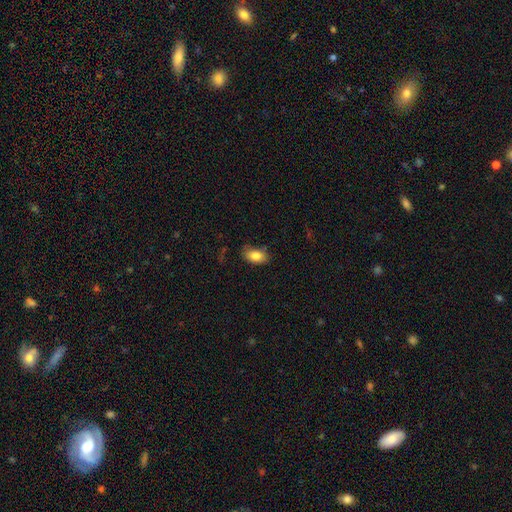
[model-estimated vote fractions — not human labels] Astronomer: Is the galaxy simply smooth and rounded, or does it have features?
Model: smooth — 83%.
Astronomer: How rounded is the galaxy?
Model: in between — 89%.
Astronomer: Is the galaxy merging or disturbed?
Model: none — 76%.